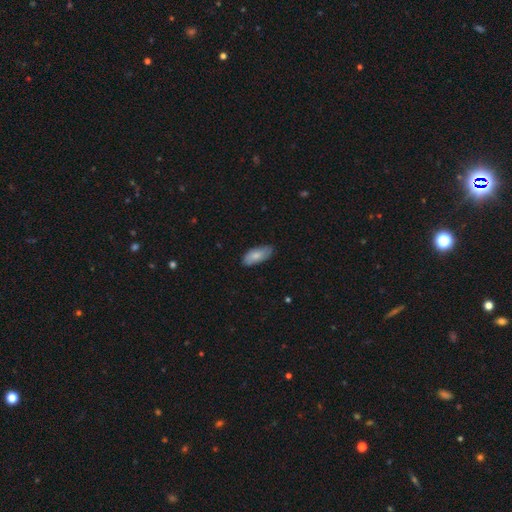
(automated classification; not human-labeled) The model was most divided on "smooth or featured": smooth: 78%, featured or disk: 17%, star or artifact: 6%. More confident: how rounded — in between (85%); merging — none (79%).